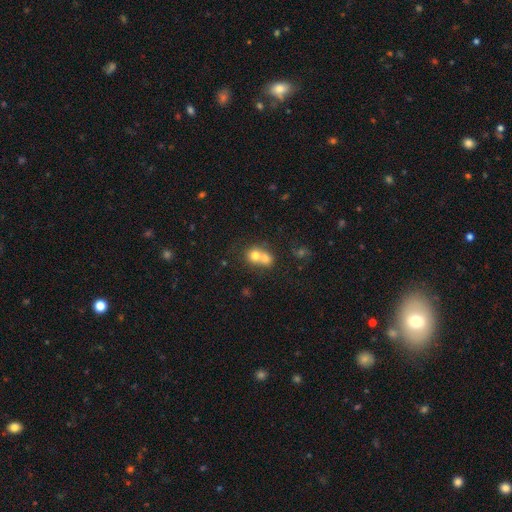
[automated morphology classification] smooth 71%, featured or disk 18%, star or artifact 11%. Down the decision tree: how rounded — round (75%); merging — merger (67%).